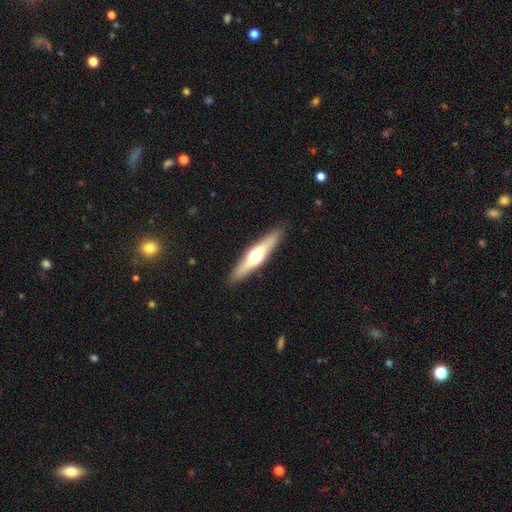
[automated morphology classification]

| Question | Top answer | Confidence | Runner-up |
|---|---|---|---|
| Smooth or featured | featured or disk | 55% | smooth (40%) |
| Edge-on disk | yes | 92% | no (8%) |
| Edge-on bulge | rounded | 91% | none (5%) |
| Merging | none | 90% | minor disturbance (7%) |